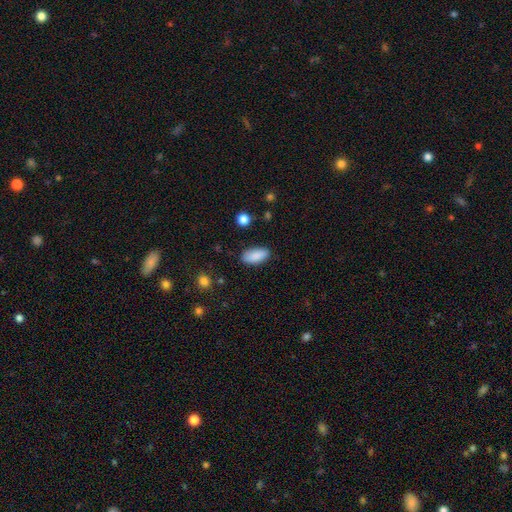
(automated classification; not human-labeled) Overall: smooth (88%). How rounded: in between (90%). Merging: none (84%).